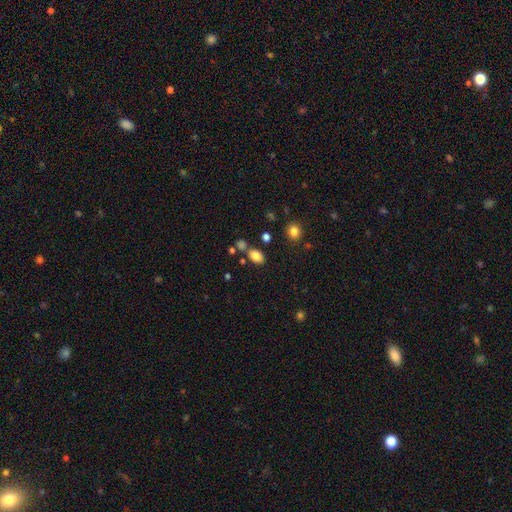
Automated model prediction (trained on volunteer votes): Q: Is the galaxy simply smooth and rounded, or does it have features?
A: smooth — 82%.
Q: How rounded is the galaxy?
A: in between — 83%.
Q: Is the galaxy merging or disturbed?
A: none — 70%.